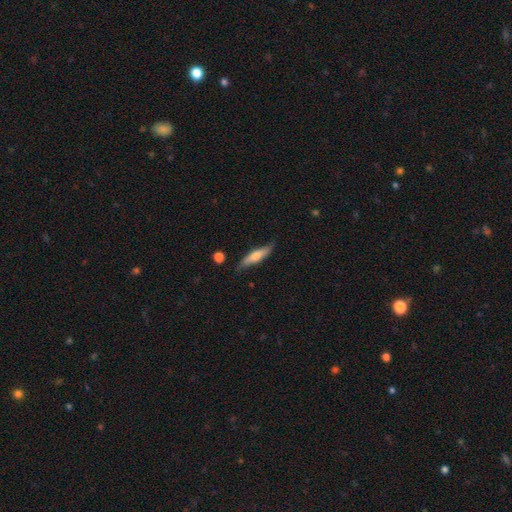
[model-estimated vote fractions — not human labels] A smooth galaxy with no disk features (56%) that is cigar-shaped (77%).

Vote fractions:
- Smooth or featured? smooth: 56% / featured or disk: 38% / star or artifact: 6%
- How rounded? cigar-shaped: 77% / in between: 21% / round: 2%
- Merging? none: 77% / minor disturbance: 18% / major disturbance: 3% / merger: 2%